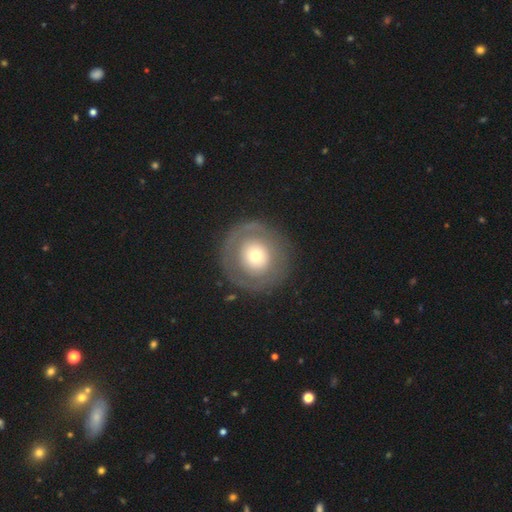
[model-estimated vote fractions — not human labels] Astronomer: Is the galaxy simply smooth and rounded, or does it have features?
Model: smooth — 50% (runner-up: featured or disk, 44%).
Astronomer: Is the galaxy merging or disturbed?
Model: none — 82%.